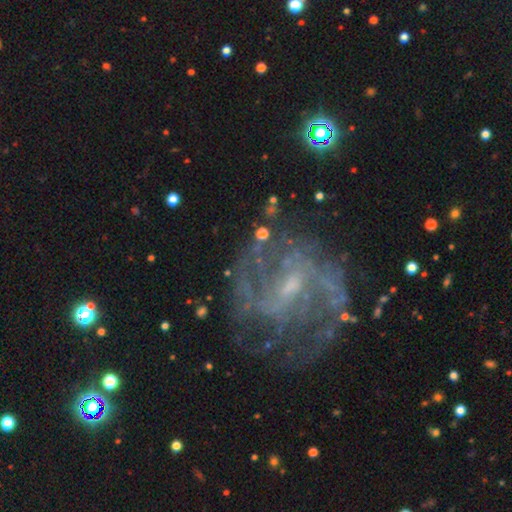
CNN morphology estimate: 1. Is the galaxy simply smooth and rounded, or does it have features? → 85% featured or disk, 9% star or artifact, 6% smooth.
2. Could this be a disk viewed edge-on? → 98% no, 2% yes.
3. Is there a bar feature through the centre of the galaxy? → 58% weak, 22% no, 20% strong.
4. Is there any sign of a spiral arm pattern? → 92% yes, 8% no.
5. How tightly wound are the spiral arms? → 50% medium, 28% tight, 22% loose.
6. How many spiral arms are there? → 49% 2, 23% can't tell, 12% 3, 6% 4, 5% 1, 5% more than 4.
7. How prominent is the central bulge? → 60% small, 23% moderate, 15% none, 1% large, 1% dominant.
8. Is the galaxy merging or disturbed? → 70% none, 16% minor disturbance, 12% major disturbance, 2% merger.